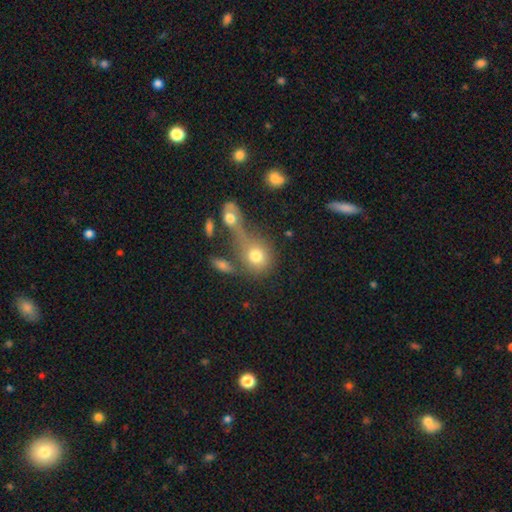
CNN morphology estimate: This is likely a smooth galaxy (75%). How rounded: likely round (68%). Merging: possibly merger (48%).